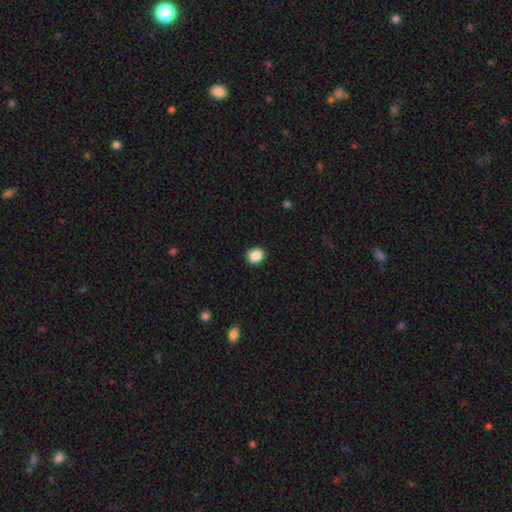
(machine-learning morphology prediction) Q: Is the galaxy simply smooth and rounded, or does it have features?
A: smooth — 87%.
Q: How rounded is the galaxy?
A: round — 74%.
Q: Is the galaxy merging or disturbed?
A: none — 88%.